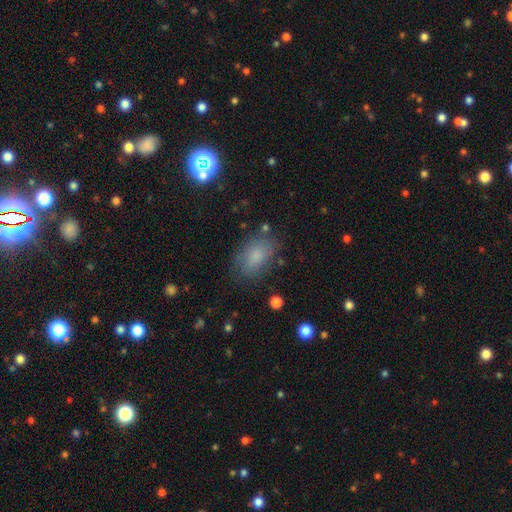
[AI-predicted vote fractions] This appears to be a smooth galaxy with no disk features (77%) that is in between round and cigar-shaped (86%). Merging: none (75%).